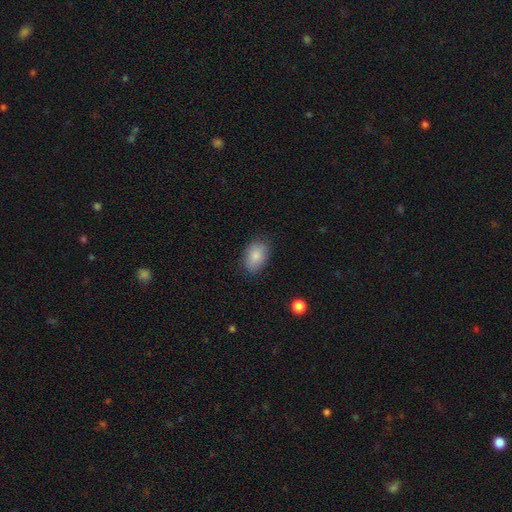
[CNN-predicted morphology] This appears to be a smooth galaxy with no disk features (85%) that is in between round and cigar-shaped (87%). Merging: none (81%).